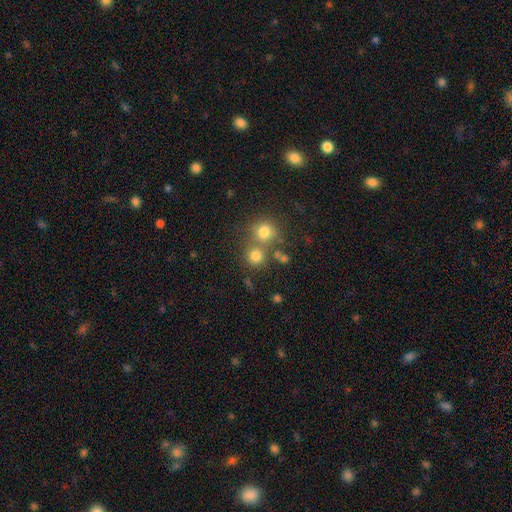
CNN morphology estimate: Smooth or featured: smooth — 76% (star or artifact — 15%)
How rounded: round — 87% (in between — 12%)
Merging: none — 55% (merger — 33%)